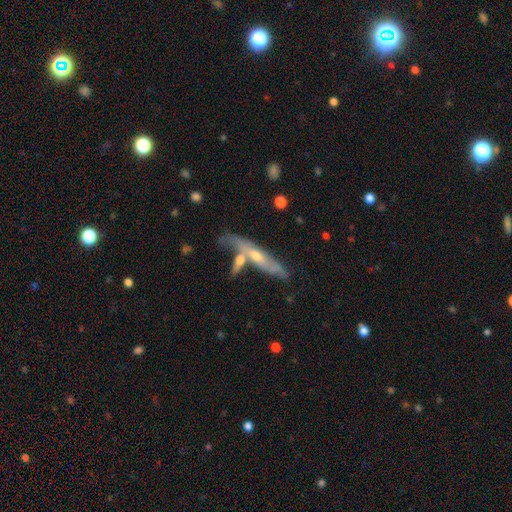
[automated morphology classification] type=featured or disk (63%); edge-on=yes (71%); merging=none (50%).